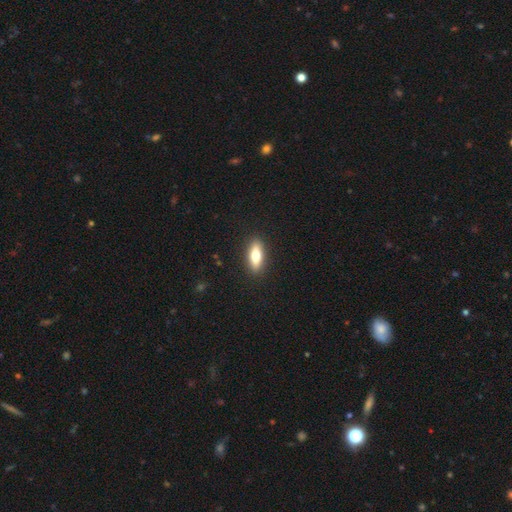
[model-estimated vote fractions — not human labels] Morphology: type=smooth (70%); roundness=in between (62%); merging=none (90%).